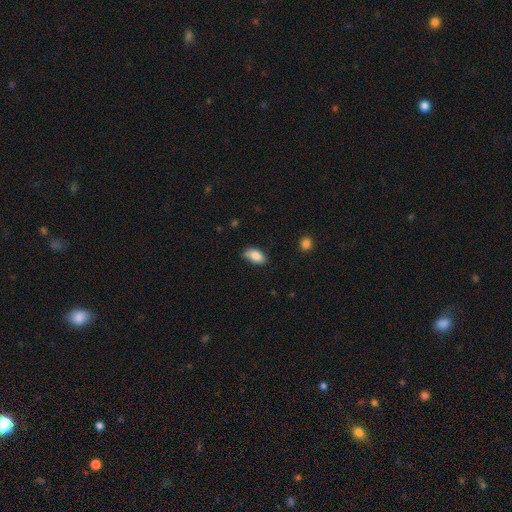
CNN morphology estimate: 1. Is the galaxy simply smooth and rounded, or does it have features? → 86% smooth, 7% star or artifact, 7% featured or disk.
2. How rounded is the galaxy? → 93% in between, 5% round, 3% cigar-shaped.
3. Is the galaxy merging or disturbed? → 68% none, 25% minor disturbance, 4% major disturbance, 2% merger.